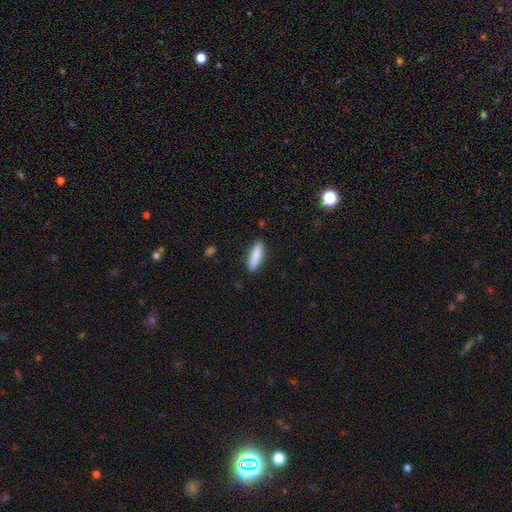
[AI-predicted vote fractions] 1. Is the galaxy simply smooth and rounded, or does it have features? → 86% smooth, 9% featured or disk, 6% star or artifact.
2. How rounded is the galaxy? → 62% cigar-shaped, 36% in between, 2% round.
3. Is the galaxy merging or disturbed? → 88% none, 9% minor disturbance, 2% major disturbance, 1% merger.